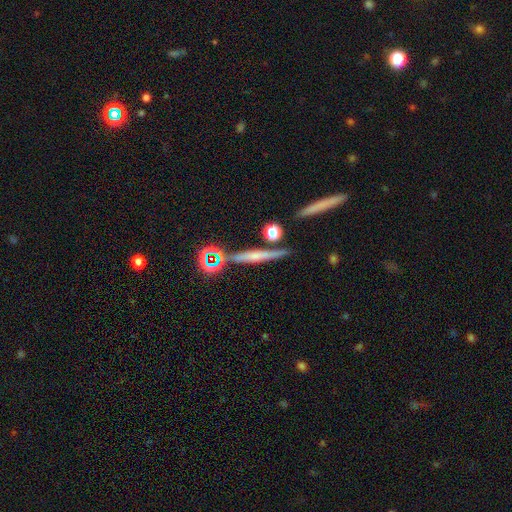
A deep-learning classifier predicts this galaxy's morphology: featured or disk 50%, smooth 37%, star or artifact 13%. Down the decision tree: merging — none (77%).